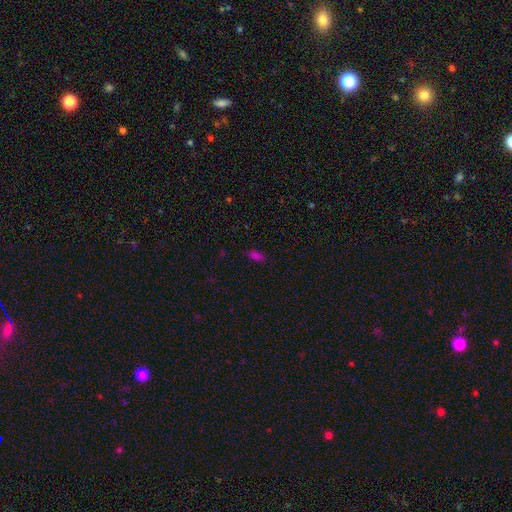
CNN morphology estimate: This is likely a smooth galaxy (78%). How rounded: clearly in between (87%). Merging: clearly none (83%).